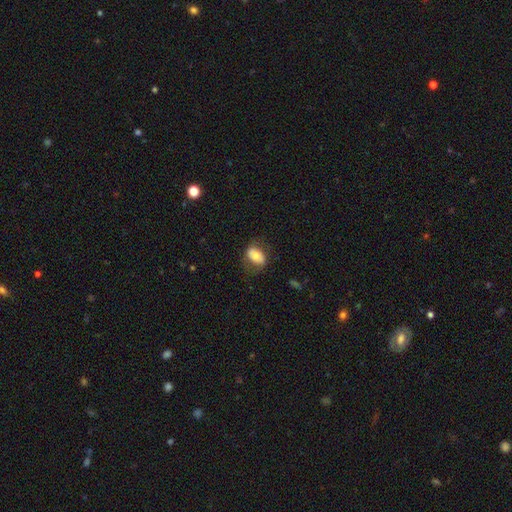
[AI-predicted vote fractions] This appears to be a smooth galaxy with no disk features (66%) that is in between round and cigar-shaped (84%). Merging: none (64%).